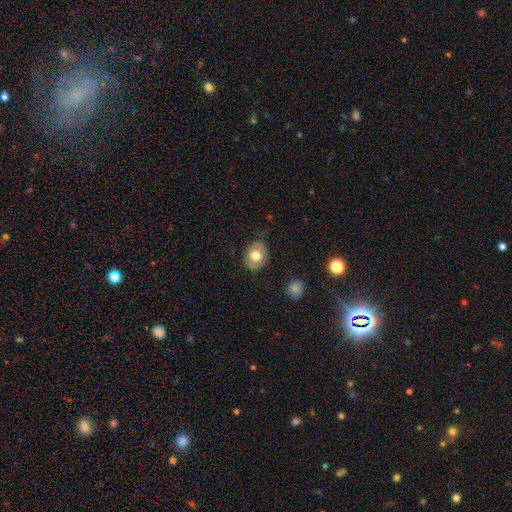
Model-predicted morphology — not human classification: smooth_or_featured: smooth (p=0.72) [alt: featured or disk p=0.20]
how_rounded: round (p=0.59) [alt: in between p=0.40]
merging: none (p=0.79) [alt: minor disturbance p=0.16]